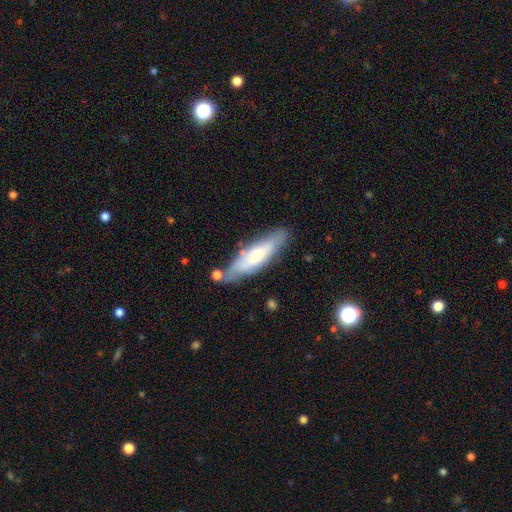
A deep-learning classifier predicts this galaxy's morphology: Smooth or featured?
  - smooth: 52% *
  - featured or disk: 42%
  - star or artifact: 6%
How rounded?
  - cigar-shaped: 67% *
  - in between: 32%
  - round: 1%
Merging?
  - none: 70% *
  - minor disturbance: 19%
  - merger: 7%
  - major disturbance: 4%